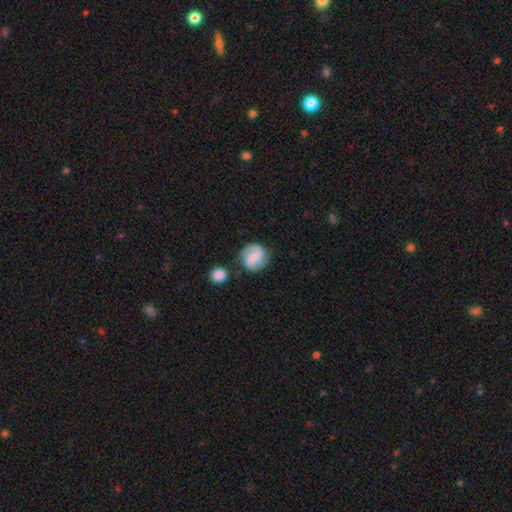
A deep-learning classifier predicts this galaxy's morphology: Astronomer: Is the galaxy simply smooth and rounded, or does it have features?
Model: featured or disk — 65%.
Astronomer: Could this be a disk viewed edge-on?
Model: no — 98%.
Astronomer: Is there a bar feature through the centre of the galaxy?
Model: weak — 49% (runner-up: no, 32%).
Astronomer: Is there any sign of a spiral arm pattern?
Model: yes — 94%.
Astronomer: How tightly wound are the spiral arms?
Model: medium — 48% (runner-up: tight, 27%).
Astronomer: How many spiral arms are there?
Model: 2 — 87%.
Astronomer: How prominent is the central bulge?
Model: small — 38% (runner-up: moderate, 27%).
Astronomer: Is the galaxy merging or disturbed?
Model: none — 73%.